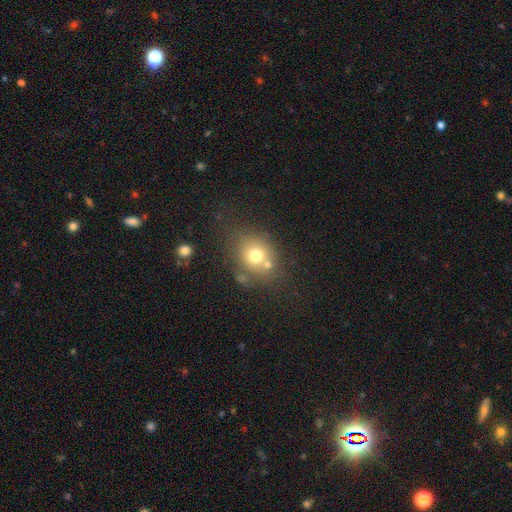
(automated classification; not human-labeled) A smooth galaxy with no disk features (69%) that is round (65%).

Vote fractions:
- Smooth or featured? smooth: 69% / featured or disk: 17% / star or artifact: 14%
- How rounded? round: 65% / in between: 34% / cigar-shaped: 1%
- Merging? none: 59% / merger: 22% / minor disturbance: 14% / major disturbance: 6%